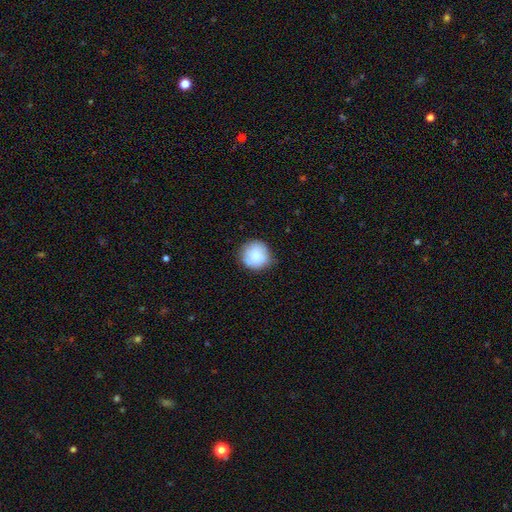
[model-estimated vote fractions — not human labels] The model was most divided on "merging": none: 79%, minor disturbance: 17%, major disturbance: 3%, merger: 1%. More confident: how rounded — round (93%); smooth or featured — smooth (83%).